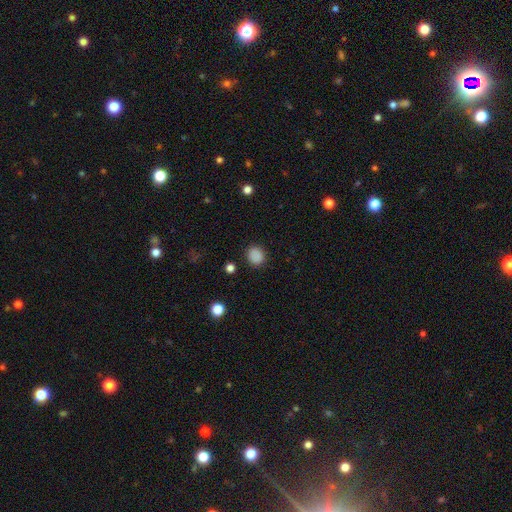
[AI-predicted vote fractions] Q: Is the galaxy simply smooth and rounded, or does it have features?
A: smooth — 85%.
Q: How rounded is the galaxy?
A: round — 78%.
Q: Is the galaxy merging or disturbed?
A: none — 86%.